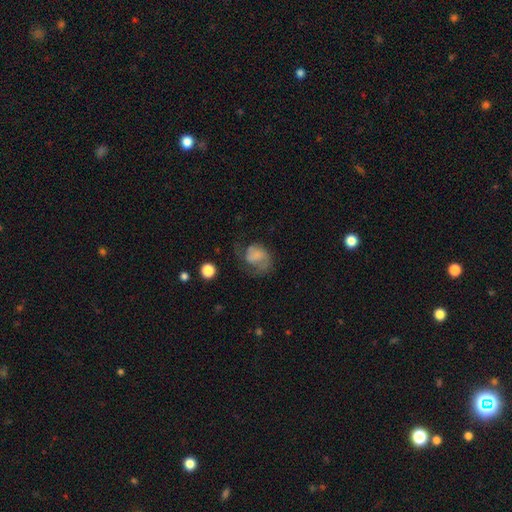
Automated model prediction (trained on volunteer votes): The model was most divided on "how rounded": in between: 51%, round: 48%, cigar-shaped: 1%. Remaining: smooth or featured — smooth (51%); merging — major disturbance (41%).